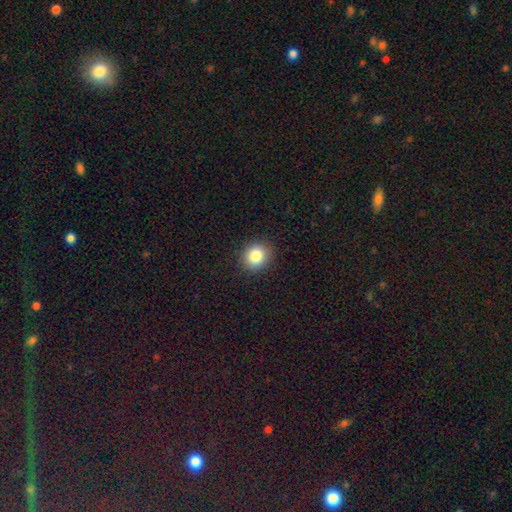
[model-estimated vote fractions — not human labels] This is clearly a smooth galaxy (84%). How rounded: likely round (74%). Merging: clearly none (90%).